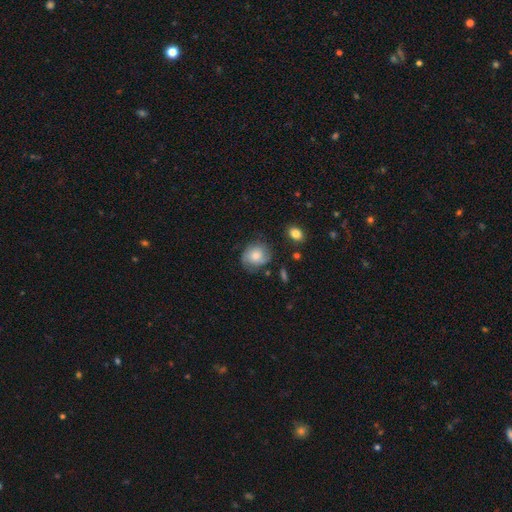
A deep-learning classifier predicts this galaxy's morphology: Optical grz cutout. It shows a smooth galaxy with no disk features (60%) that is round (72%). Merging: none (68%).